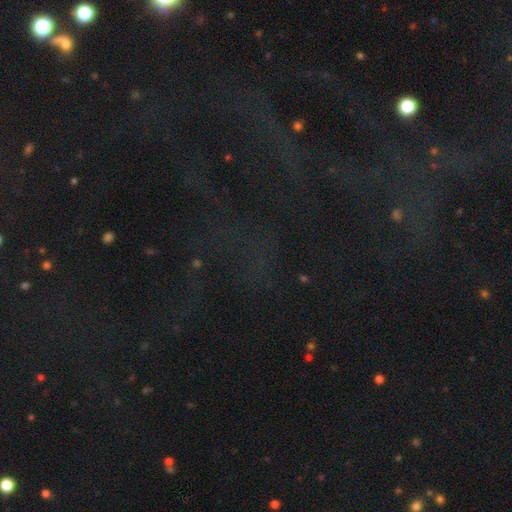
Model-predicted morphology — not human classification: smooth-or-featured: star or artifact: 76% | smooth: 13% | featured or disk: 11%